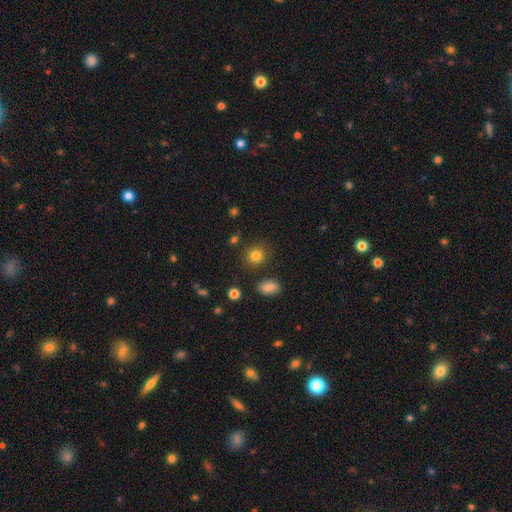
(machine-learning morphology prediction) The model was most divided on "how rounded": round: 83%, in between: 16%, cigar-shaped: 1%. More confident: merging — none (86%); smooth or featured — smooth (83%).